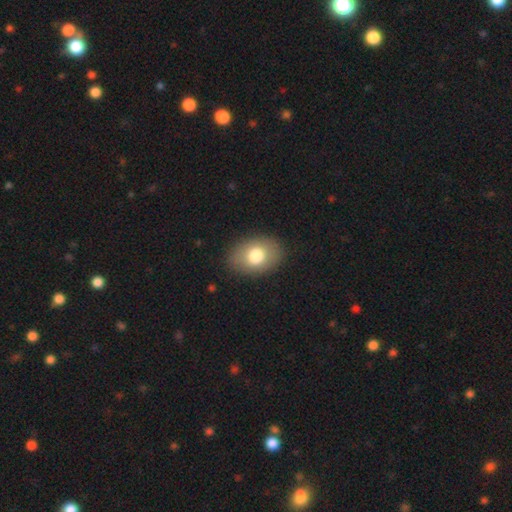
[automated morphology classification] Smooth or featured: smooth — 77% (featured or disk — 15%)
How rounded: in between — 79% (round — 20%)
Merging: none — 86% (minor disturbance — 10%)